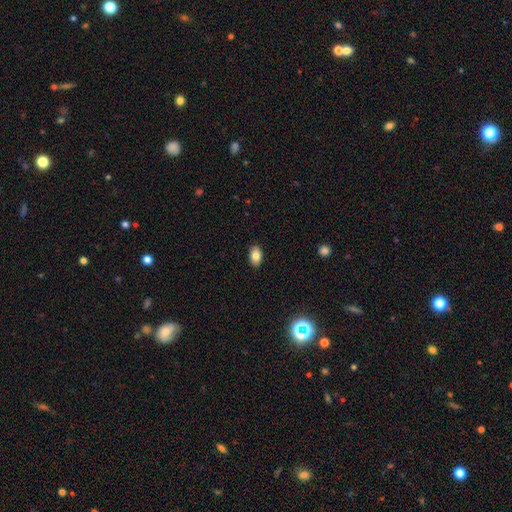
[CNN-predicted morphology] Smooth or featured?
  - smooth: 81% *
  - featured or disk: 10%
  - star or artifact: 9%
How rounded?
  - in between: 90% *
  - round: 9%
  - cigar-shaped: 2%
Merging?
  - none: 89% *
  - minor disturbance: 9%
  - major disturbance: 2%
  - merger: 1%